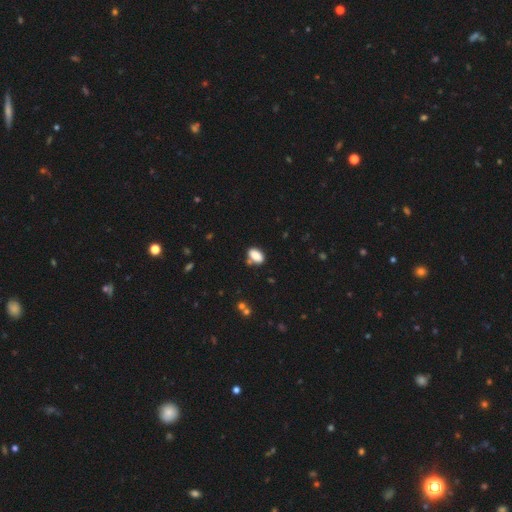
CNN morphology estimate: Smooth or featured? smooth (86%)
How rounded? in between (91%)
Merging? none (73%)